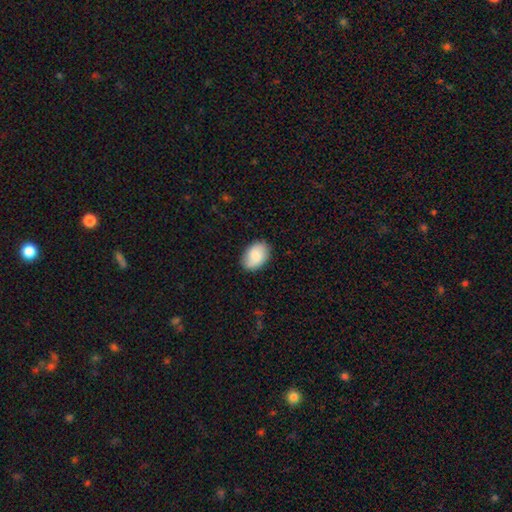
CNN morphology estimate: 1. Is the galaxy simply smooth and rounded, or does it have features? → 83% smooth, 10% featured or disk, 6% star or artifact.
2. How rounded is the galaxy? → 86% in between, 13% round, 1% cigar-shaped.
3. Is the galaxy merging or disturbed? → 83% none, 13% minor disturbance, 3% major disturbance, 1% merger.